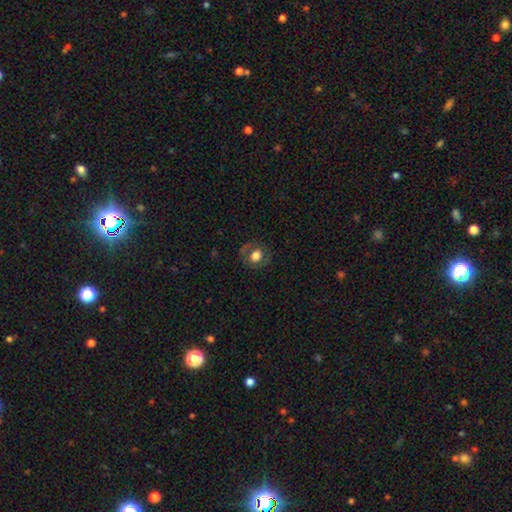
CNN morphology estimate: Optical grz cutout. It shows a smooth galaxy with no disk features (63%) that is round (72%). Merging: none (78%).